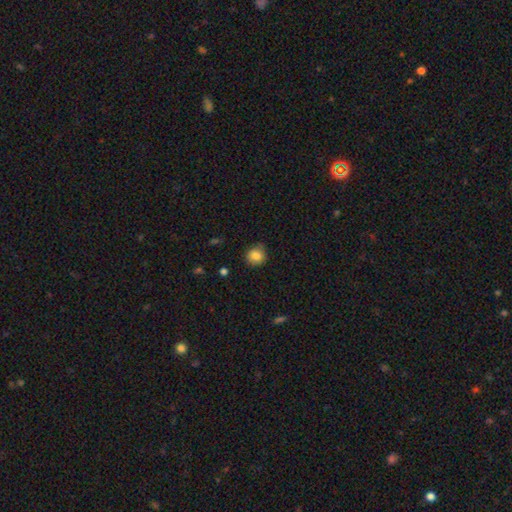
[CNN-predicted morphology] type=smooth (84%); roundness=round (80%); merging=none (79%).